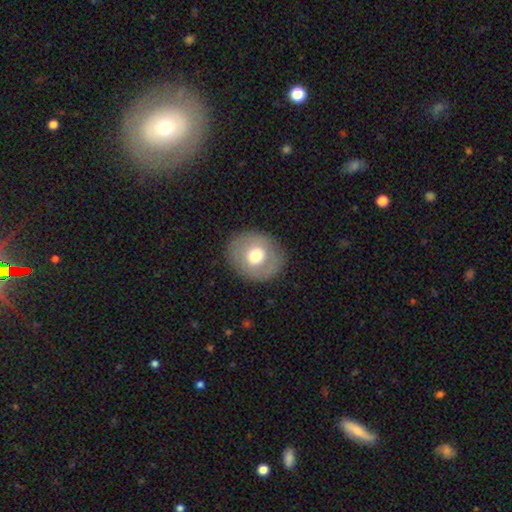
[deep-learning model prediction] Q: Smooth or featured?
A: smooth (63%); runner-up: featured or disk (29%)
Q: How rounded?
A: round (72%); runner-up: in between (27%)
Q: Merging?
A: none (86%); runner-up: minor disturbance (9%)